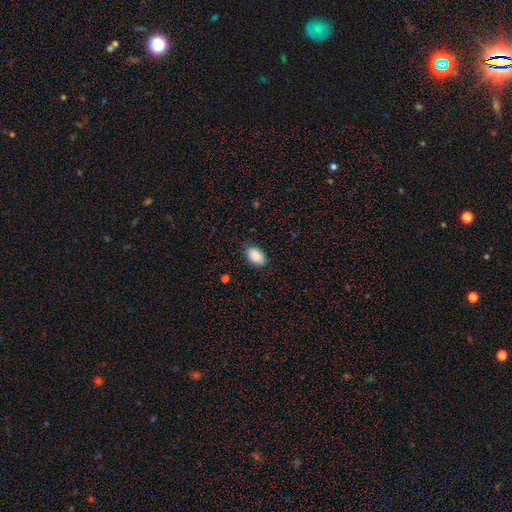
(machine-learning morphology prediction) smooth 90%, star or artifact 7%, featured or disk 4%. Down the decision tree: how rounded — in between (93%); merging — none (81%).